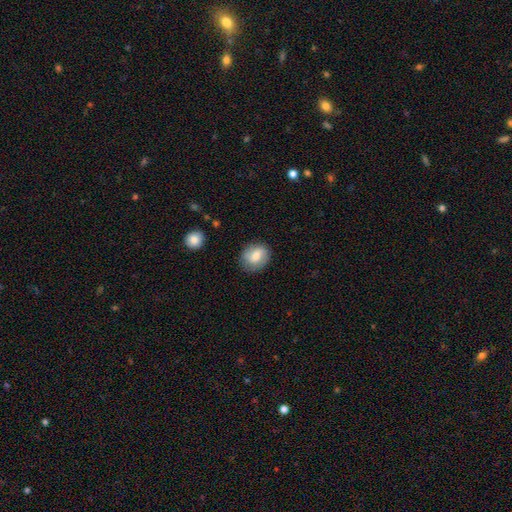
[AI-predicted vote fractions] Smooth or featured: smooth — 67% (featured or disk — 25%)
How rounded: round — 60% (in between — 39%)
Merging: none — 80% (minor disturbance — 15%)